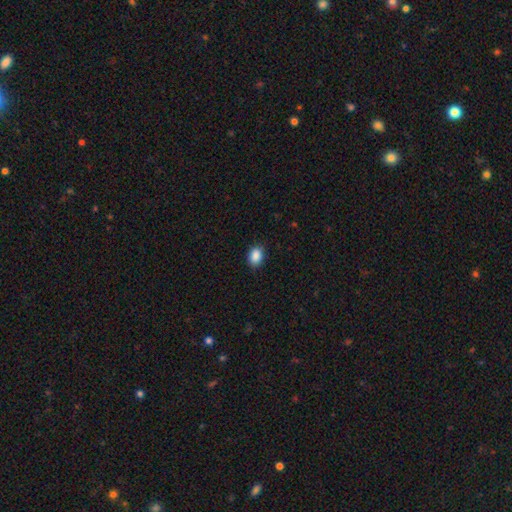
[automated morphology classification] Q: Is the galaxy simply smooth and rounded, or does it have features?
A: smooth — 88%.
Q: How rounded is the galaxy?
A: in between — 70%.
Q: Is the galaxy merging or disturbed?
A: none — 87%.